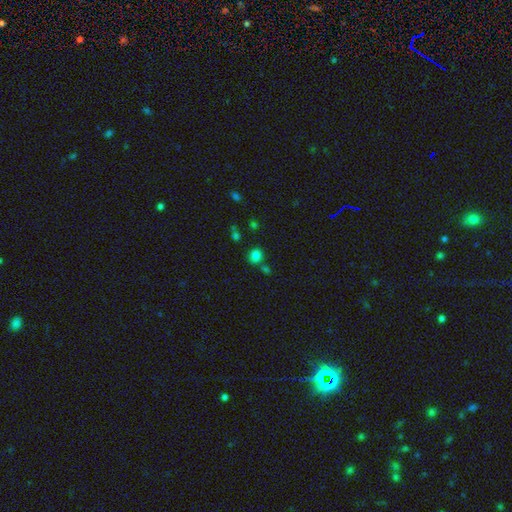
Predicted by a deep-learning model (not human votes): smooth 80%, star or artifact 15%, featured or disk 5%. Down the decision tree: how rounded — round (70%); merging — none (73%).